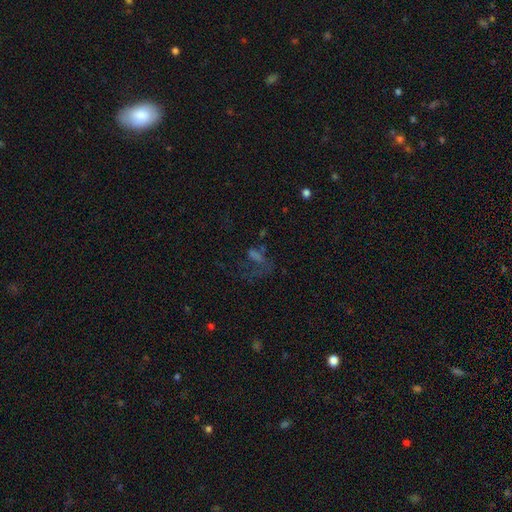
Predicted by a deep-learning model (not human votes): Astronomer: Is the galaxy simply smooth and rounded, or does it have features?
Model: star or artifact — 37% (runner-up: smooth, 32%).